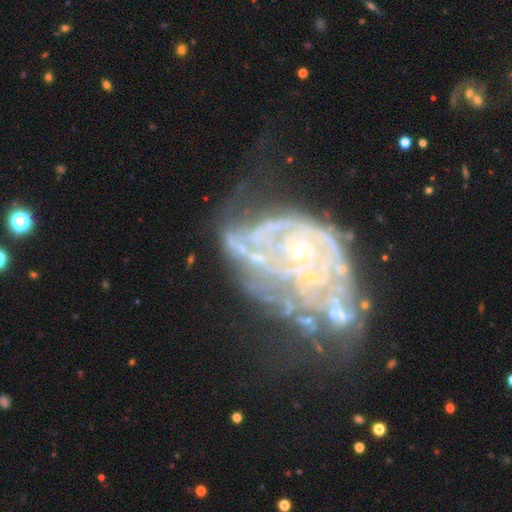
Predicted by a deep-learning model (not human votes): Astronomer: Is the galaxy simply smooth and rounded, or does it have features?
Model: featured or disk — 79%.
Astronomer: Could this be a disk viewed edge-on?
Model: no — 97%.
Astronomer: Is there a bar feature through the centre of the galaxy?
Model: no — 84%.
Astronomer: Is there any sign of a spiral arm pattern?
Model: yes — 70%.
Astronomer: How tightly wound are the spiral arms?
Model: tight — 57%.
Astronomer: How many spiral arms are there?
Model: can't tell — 48%.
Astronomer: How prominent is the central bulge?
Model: small — 71%.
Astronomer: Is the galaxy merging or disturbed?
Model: major disturbance — 39% (runner-up: none, 22%).